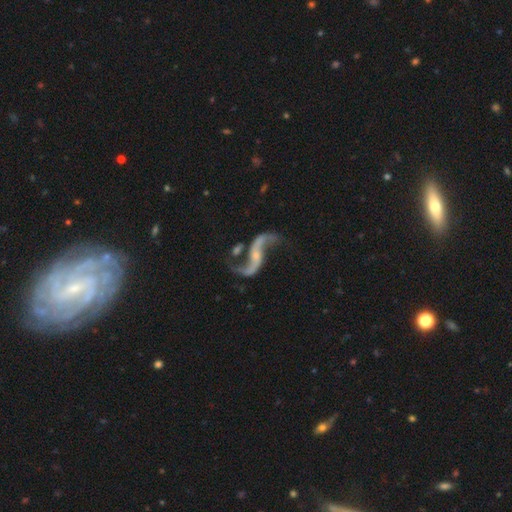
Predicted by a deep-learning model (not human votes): Q: Smooth or featured?
A: featured or disk (91%); runner-up: star or artifact (5%)
Q: Edge-on disk?
A: no (96%); runner-up: yes (4%)
Q: Bar?
A: no (46%); runner-up: weak (32%)
Q: Spiral arms?
A: yes (96%); runner-up: no (4%)
Q: Spiral winding?
A: loose (91%); runner-up: medium (7%)
Q: Spiral arm count?
A: 2 (93%); runner-up: 1 (2%)
Q: Bulge size?
A: small (64%); runner-up: moderate (19%)
Q: Merging?
A: none (64%); runner-up: minor disturbance (16%)